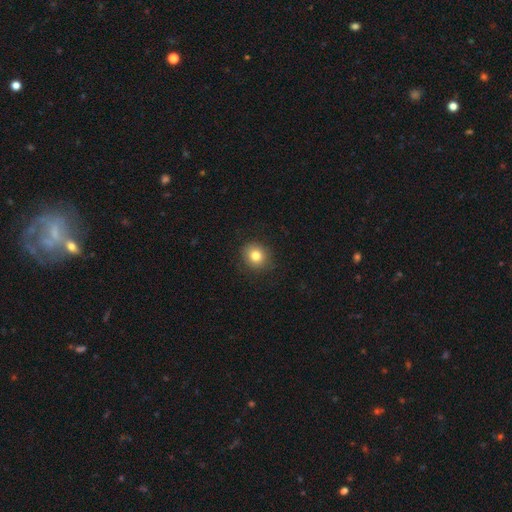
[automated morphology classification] The model was most divided on "how rounded": round: 83%, in between: 16%, cigar-shaped: 1%. More confident: merging — none (88%); smooth or featured — smooth (80%).